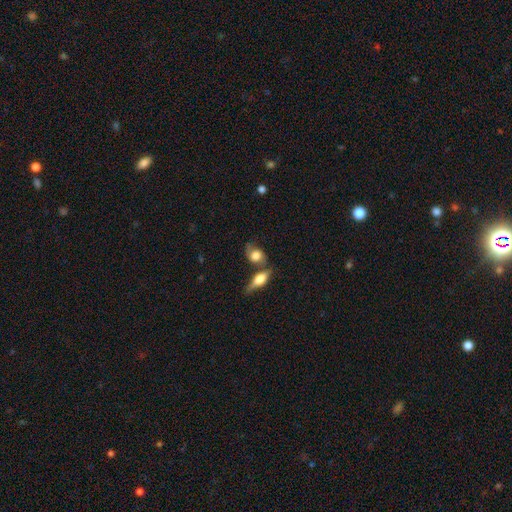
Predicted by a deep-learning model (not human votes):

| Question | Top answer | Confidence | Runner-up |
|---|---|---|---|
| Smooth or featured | smooth | 57% | featured or disk (34%) |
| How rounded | in between | 55% | round (39%) |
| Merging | none | 43% | merger (30%) |